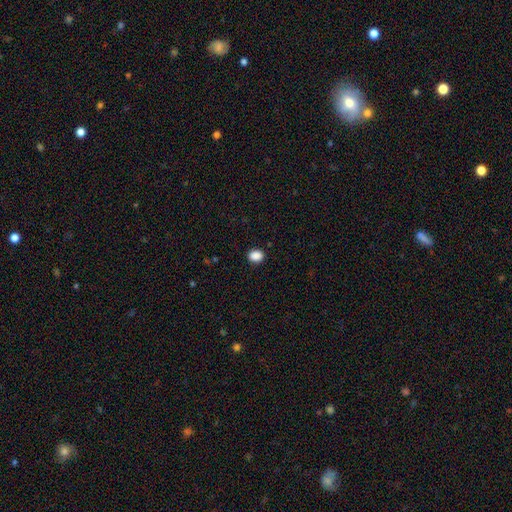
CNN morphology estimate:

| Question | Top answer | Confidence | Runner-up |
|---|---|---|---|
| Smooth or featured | smooth | 88% | star or artifact (9%) |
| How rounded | in between | 55% | round (44%) |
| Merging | none | 89% | minor disturbance (8%) |